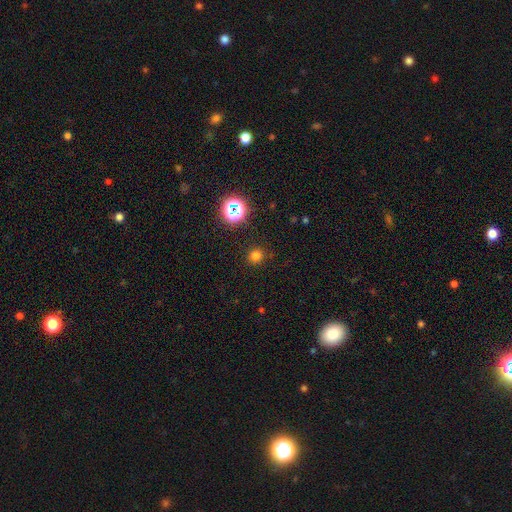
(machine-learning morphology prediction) A smooth galaxy with no disk features (72%) that is round (91%).

Vote fractions:
- Smooth or featured? smooth: 72% / star or artifact: 23% / featured or disk: 5%
- How rounded? round: 91% / in between: 8% / cigar-shaped: 1%
- Merging? none: 88% / minor disturbance: 7% / major disturbance: 3% / merger: 2%